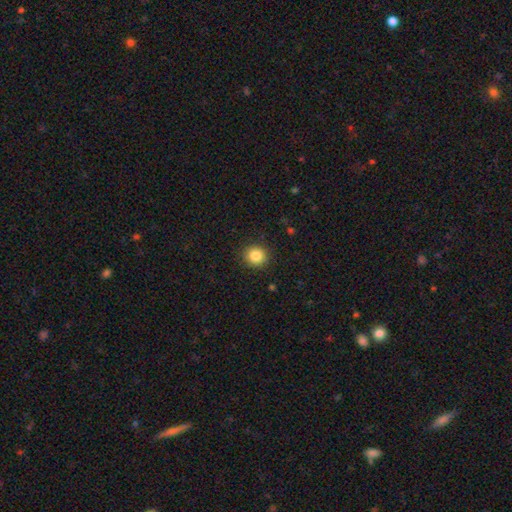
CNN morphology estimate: This appears to be a smooth galaxy with no disk features (85%) that is round (88%). Merging: none (90%).